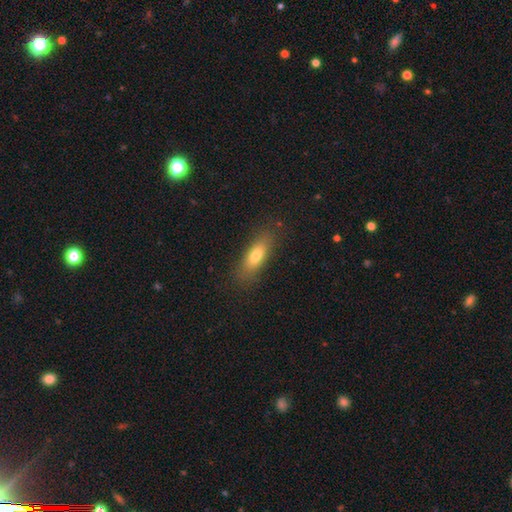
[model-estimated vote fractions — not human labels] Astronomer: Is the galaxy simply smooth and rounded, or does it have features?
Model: smooth — 72%.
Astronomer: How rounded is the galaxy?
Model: in between — 57% (runner-up: cigar-shaped, 39%).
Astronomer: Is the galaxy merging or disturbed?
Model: none — 84%.